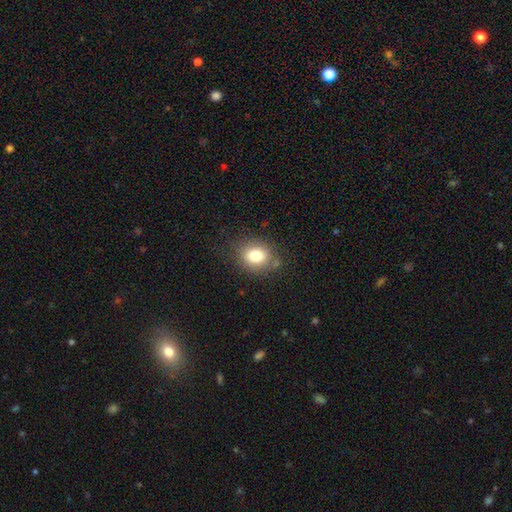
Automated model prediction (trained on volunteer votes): smooth_or_featured: smooth (p=0.80) [alt: star or artifact p=0.11]
how_rounded: round (p=0.52) [alt: in between p=0.47]
merging: none (p=0.77) [alt: minor disturbance p=0.15]